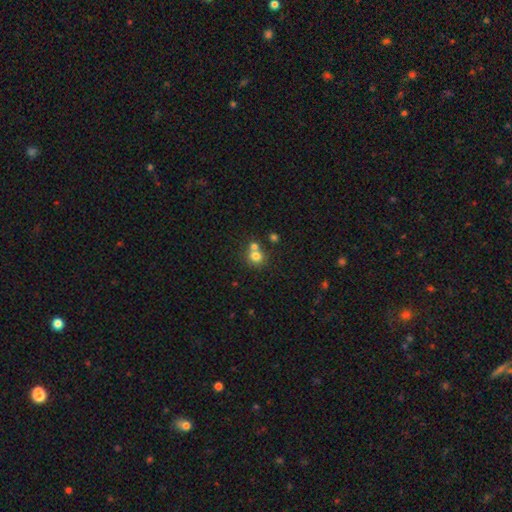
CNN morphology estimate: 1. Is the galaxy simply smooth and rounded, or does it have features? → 76% smooth, 13% star or artifact, 11% featured or disk.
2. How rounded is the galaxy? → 84% round, 16% in between, 1% cigar-shaped.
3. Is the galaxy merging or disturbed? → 51% none, 39% merger, 8% minor disturbance, 3% major disturbance.